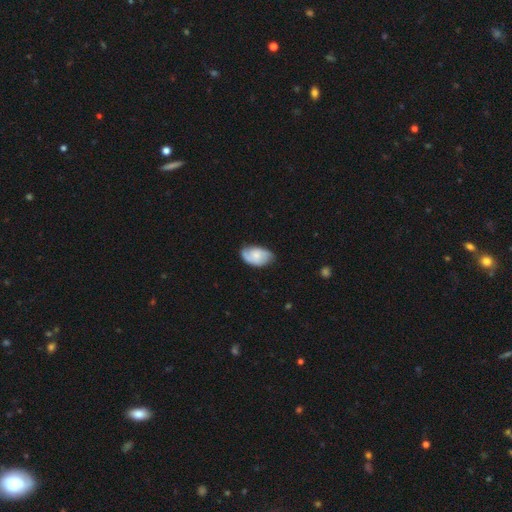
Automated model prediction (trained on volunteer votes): smooth_or_featured: smooth (p=0.48) [alt: featured or disk p=0.45]
merging: none (p=0.63) [alt: minor disturbance p=0.28]